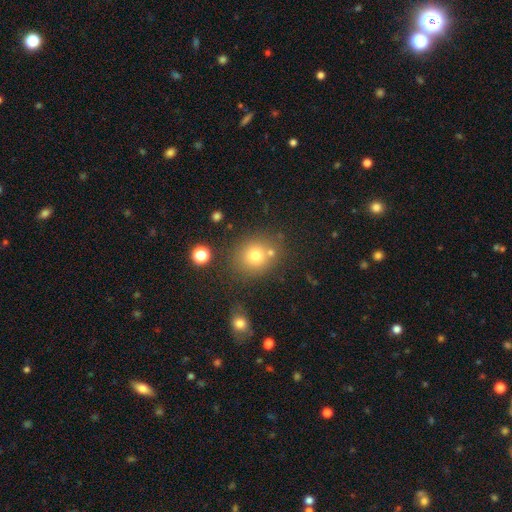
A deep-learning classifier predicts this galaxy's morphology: A smooth galaxy with no disk features (73%) that is round (83%). Merging: none (74%).